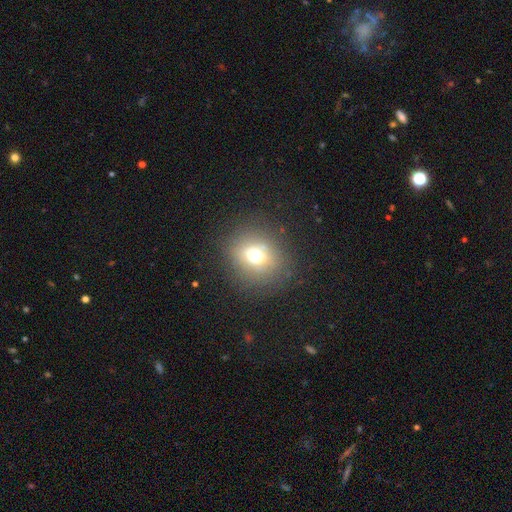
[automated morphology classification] Overall: smooth (64%). How rounded: round (71%). Merging: none (81%).